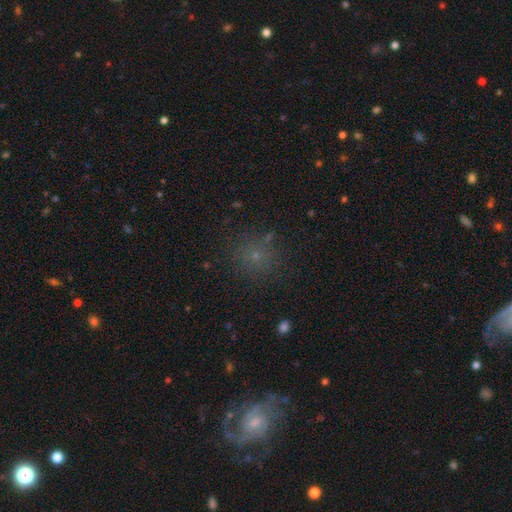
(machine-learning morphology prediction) type=smooth (60%); roundness=round (90%); merging=none (83%).